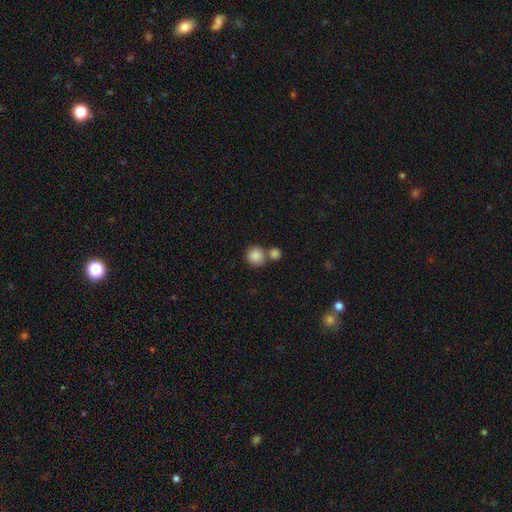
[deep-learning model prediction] Smooth or featured? smooth (87%)
How rounded? round (91%)
Merging? none (55%)